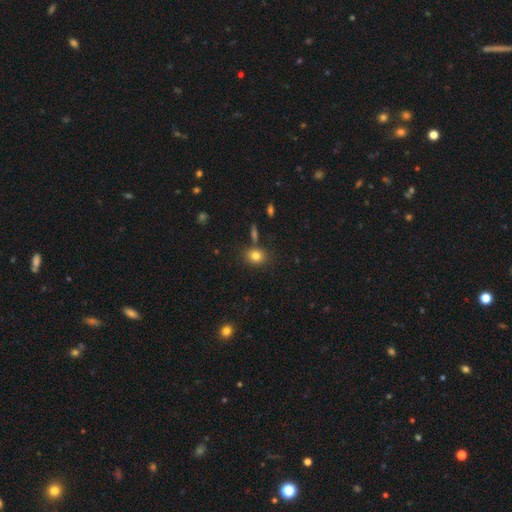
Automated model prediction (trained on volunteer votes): Smooth or featured?
  - smooth: 81% *
  - star or artifact: 11%
  - featured or disk: 8%
How rounded?
  - round: 56% *
  - in between: 43%
  - cigar-shaped: 1%
Merging?
  - none: 77% *
  - minor disturbance: 12%
  - merger: 8%
  - major disturbance: 4%